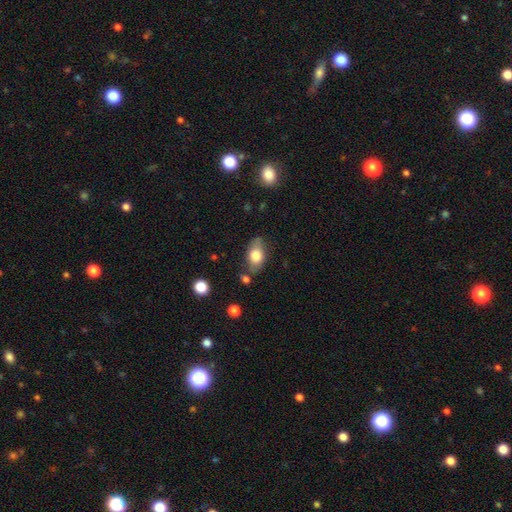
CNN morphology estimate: smooth_or_featured: smooth (p=0.75) [alt: featured or disk p=0.18]
how_rounded: in between (p=0.87) [alt: round p=0.09]
merging: none (p=0.68) [alt: minor disturbance p=0.21]